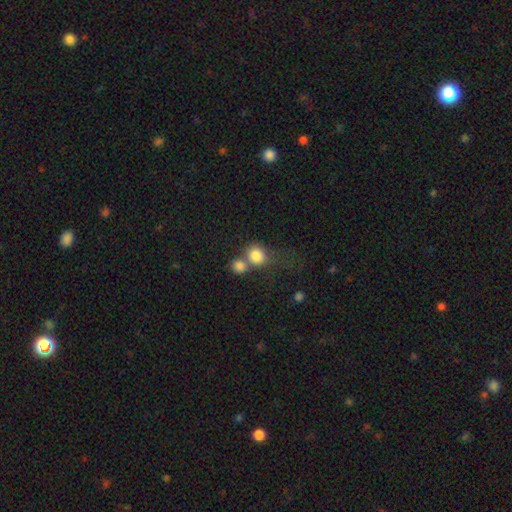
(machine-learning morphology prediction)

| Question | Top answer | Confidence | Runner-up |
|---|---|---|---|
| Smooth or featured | smooth | 81% | star or artifact (10%) |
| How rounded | round | 80% | in between (18%) |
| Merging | merger | 53% | none (33%) |